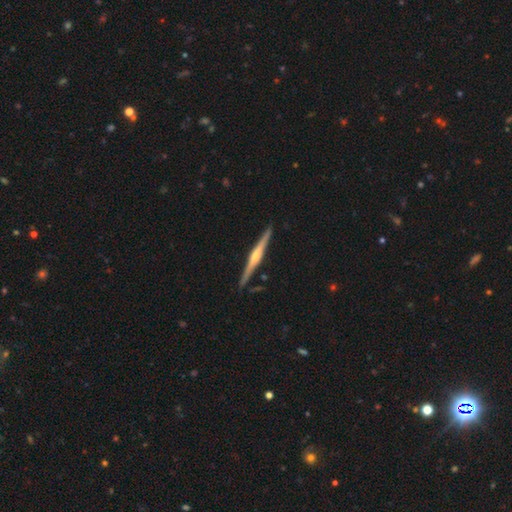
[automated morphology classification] A featured or disk galaxy (80%) viewed edge-on (98%) with a rounded central bulge (87%).

Vote fractions:
- Smooth or featured? featured or disk: 80% / smooth: 16% / star or artifact: 5%
- Edge-on disk? yes: 98% / no: 2%
- Edge-on bulge? rounded: 87% / none: 6% / boxy: 6%
- Merging? none: 91% / minor disturbance: 6% / merger: 2% / major disturbance: 1%